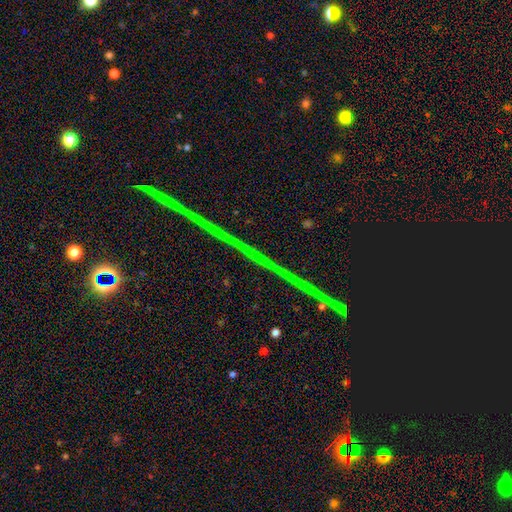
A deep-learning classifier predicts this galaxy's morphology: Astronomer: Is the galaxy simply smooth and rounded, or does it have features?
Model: star or artifact — 87%.